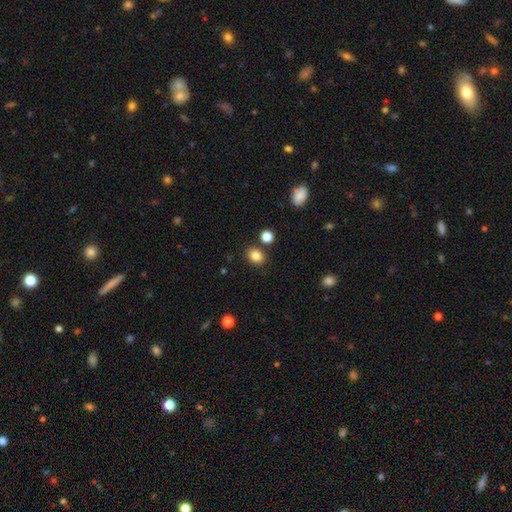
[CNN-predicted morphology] Smooth or featured?
  - smooth: 83% *
  - star or artifact: 12%
  - featured or disk: 5%
How rounded?
  - round: 59% *
  - in between: 40%
  - cigar-shaped: 1%
Merging?
  - none: 84% *
  - minor disturbance: 8%
  - merger: 6%
  - major disturbance: 2%